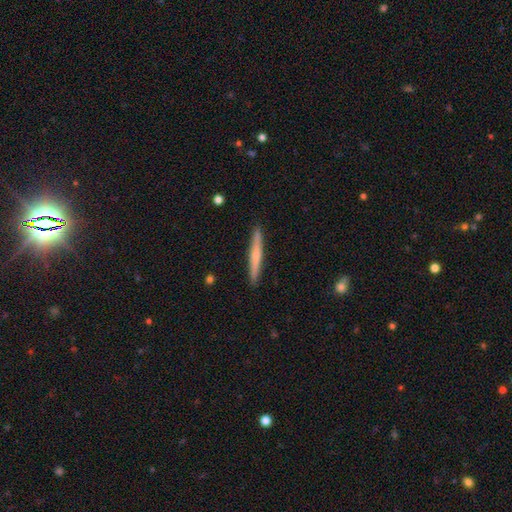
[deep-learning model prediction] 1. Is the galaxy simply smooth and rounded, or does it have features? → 48% smooth, 47% featured or disk, 5% star or artifact.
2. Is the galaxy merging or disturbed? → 92% none, 6% minor disturbance, 1% major disturbance, 1% merger.